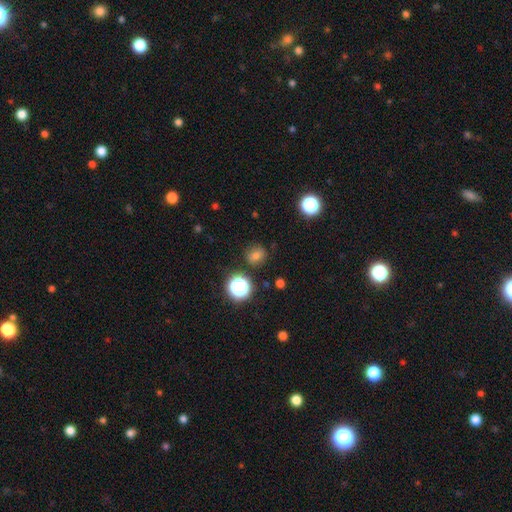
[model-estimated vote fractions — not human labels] Smooth or featured: smooth — 70% (star or artifact — 22%)
How rounded: round — 79% (in between — 20%)
Merging: none — 84% (minor disturbance — 10%)